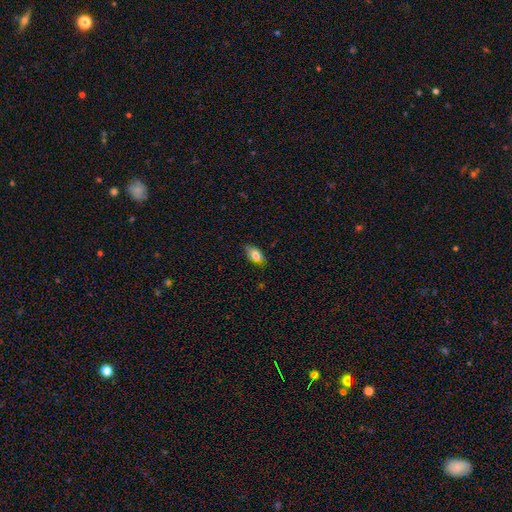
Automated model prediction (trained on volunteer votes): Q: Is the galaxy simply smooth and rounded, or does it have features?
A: smooth — 79%.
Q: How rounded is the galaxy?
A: in between — 89%.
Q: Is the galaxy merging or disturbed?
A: none — 77%.